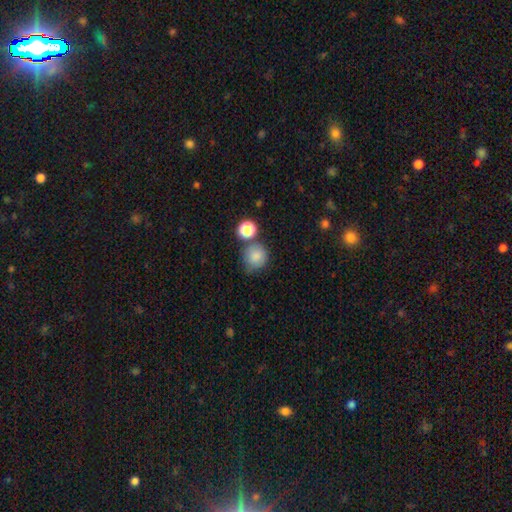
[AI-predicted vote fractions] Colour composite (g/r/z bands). It shows a smooth galaxy with no disk features (83%) that is round (87%). Merging: none (64%).